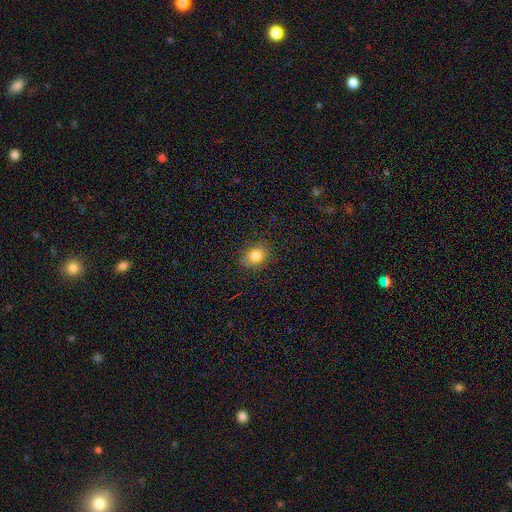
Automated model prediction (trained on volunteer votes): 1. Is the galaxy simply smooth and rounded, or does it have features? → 83% smooth, 11% star or artifact, 7% featured or disk.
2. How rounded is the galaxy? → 54% in between, 45% round, 1% cigar-shaped.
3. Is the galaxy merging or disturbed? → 84% none, 12% minor disturbance, 3% major disturbance, 1% merger.